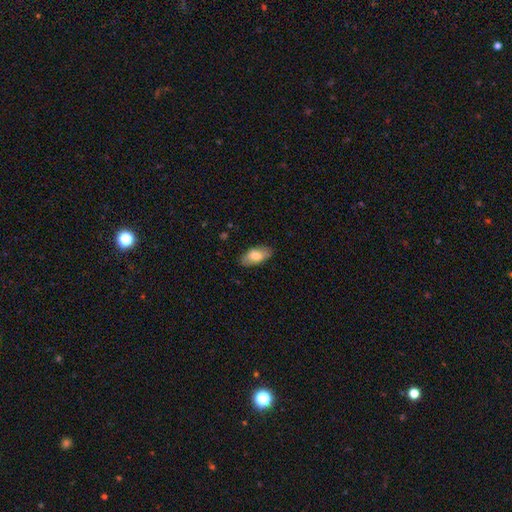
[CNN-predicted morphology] Smooth or featured: smooth — 75% (featured or disk — 18%)
How rounded: in between — 92% (cigar-shaped — 5%)
Merging: none — 84% (minor disturbance — 12%)